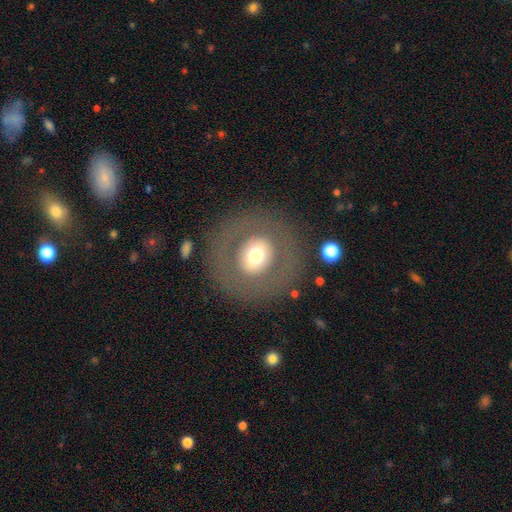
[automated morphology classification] Smooth or featured: smooth — 52% (featured or disk — 39%)
How rounded: round — 86% (in between — 13%)
Merging: none — 82% (major disturbance — 8%)